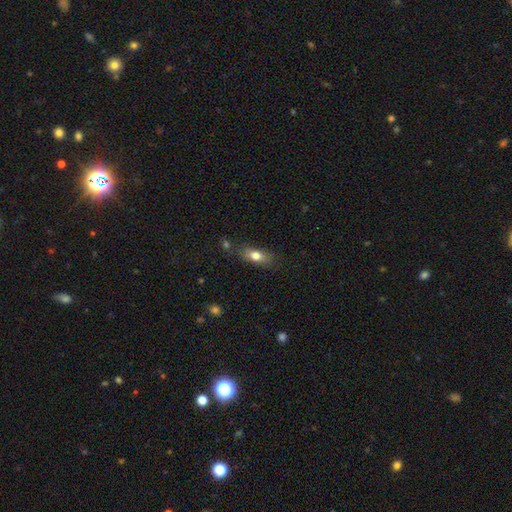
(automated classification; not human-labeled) Smooth or featured? smooth (75%)
How rounded? in between (77%)
Merging? none (72%)